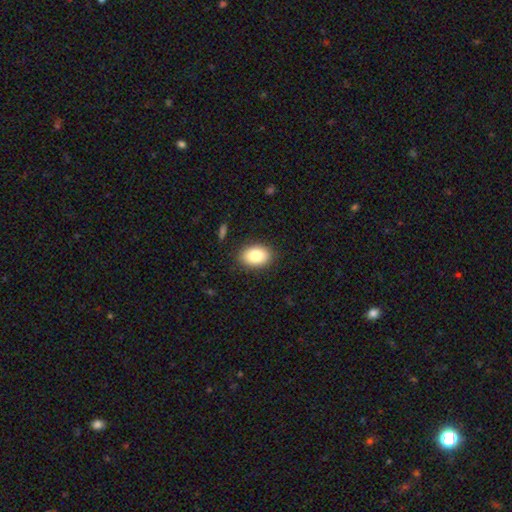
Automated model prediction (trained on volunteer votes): This appears to be a smooth galaxy with no disk features (86%) that is in between round and cigar-shaped (84%). Merging: none (87%).